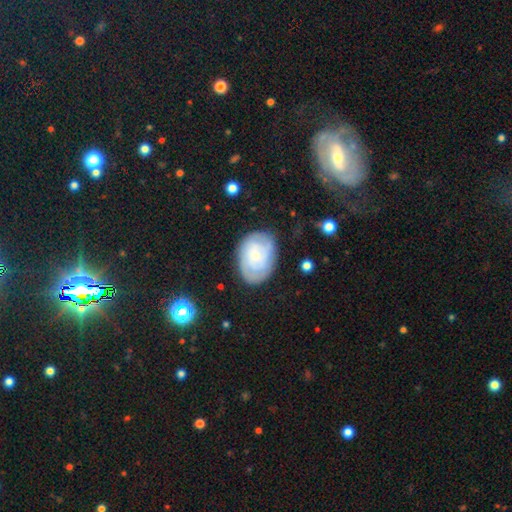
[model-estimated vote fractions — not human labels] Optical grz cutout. It shows a featured or disk galaxy (66%) with no bar (75%), tight (68%) spiral arms (87%) and a small central bulge (74%). Merging: none (75%).